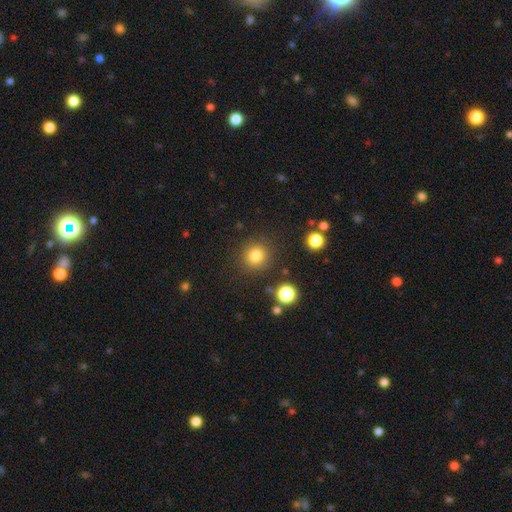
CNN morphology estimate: Overall: smooth (81%). How rounded: round (92%). Merging: none (87%).